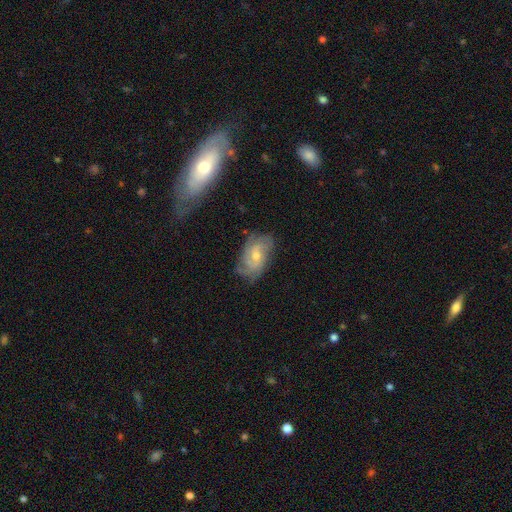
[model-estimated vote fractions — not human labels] A featured or disk galaxy (71%) with no bar (59%), tight (48%) spiral arms (88%) and a moderate central bulge (49%).

Vote fractions:
- Smooth or featured? featured or disk: 71% / smooth: 20% / star or artifact: 9%
- Edge-on disk? no: 95% / yes: 5%
- Bar? no: 59% / weak: 34% / strong: 6%
- Spiral arms? yes: 88% / no: 12%
- Spiral winding? tight: 48% / medium: 37% / loose: 15%
- Spiral arm count? can't tell: 38% / 2: 22% / 3: 22% / 4: 10% / 1: 4% / more than 4: 4%
- Bulge size? moderate: 49% / small: 46% / none: 2% / large: 2% / dominant: 1%
- Merging? none: 67% / minor disturbance: 22% / major disturbance: 9% / merger: 2%